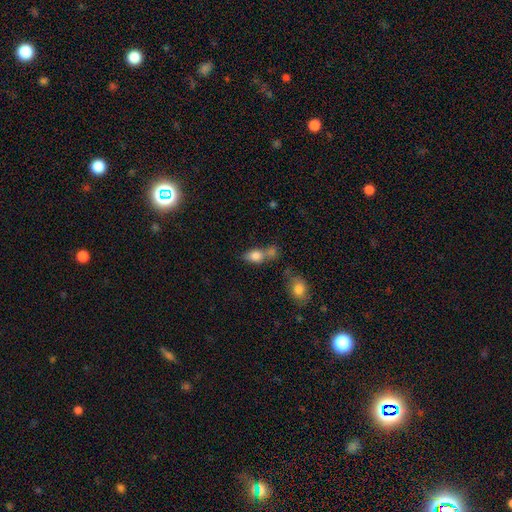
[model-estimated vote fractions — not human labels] Smooth or featured?
  - smooth: 81% *
  - featured or disk: 10%
  - star or artifact: 9%
How rounded?
  - in between: 79% *
  - round: 18%
  - cigar-shaped: 4%
Merging?
  - merger: 41% *
  - none: 40%
  - minor disturbance: 13%
  - major disturbance: 6%